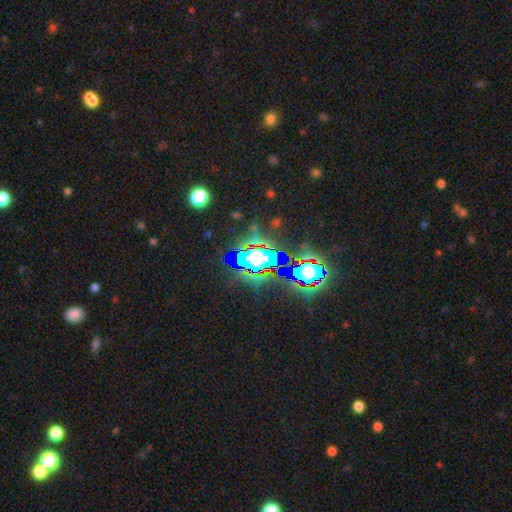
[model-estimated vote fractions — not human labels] This appears to be a star or artifact, not a galaxy (81%).